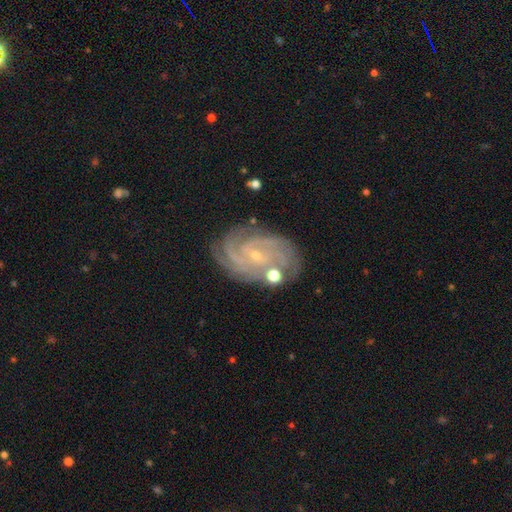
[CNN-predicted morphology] Smooth or featured?
  - featured or disk: 87% *
  - star or artifact: 8%
  - smooth: 5%
Edge-on disk?
  - no: 97% *
  - yes: 3%
Bar?
  - no: 59% *
  - weak: 31%
  - strong: 10%
Spiral arms?
  - yes: 98% *
  - no: 2%
Spiral winding?
  - tight: 73% *
  - medium: 23%
  - loose: 4%
Spiral arm count?
  - 4: 31% *
  - 3: 21%
  - can't tell: 17%
  - more than 4: 12%
  - 2: 12%
  - 1: 7%
Bulge size?
  - small: 82% *
  - moderate: 14%
  - none: 2%
  - large: 1%
  - dominant: 1%
Merging?
  - none: 74% *
  - minor disturbance: 16%
  - merger: 5%
  - major disturbance: 5%